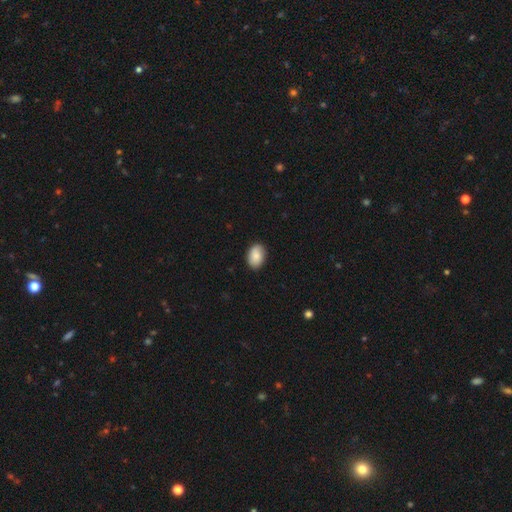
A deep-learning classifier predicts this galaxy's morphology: Overall: smooth (87%). How rounded: in between (85%). Merging: none (87%).